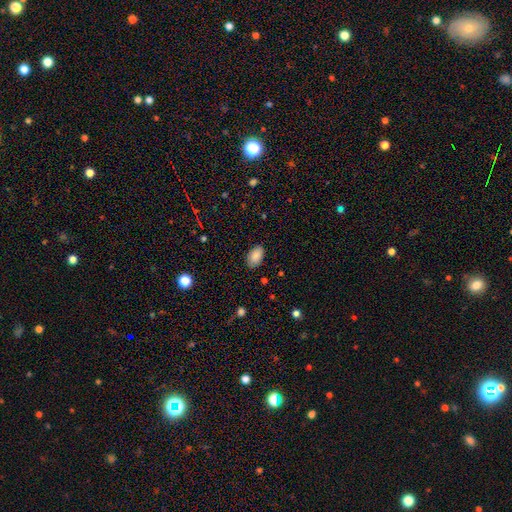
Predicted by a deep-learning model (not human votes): The model was most divided on "merging": none: 84%, minor disturbance: 12%, major disturbance: 3%, merger: 1%. More confident: how rounded — in between (92%); smooth or featured — smooth (87%).